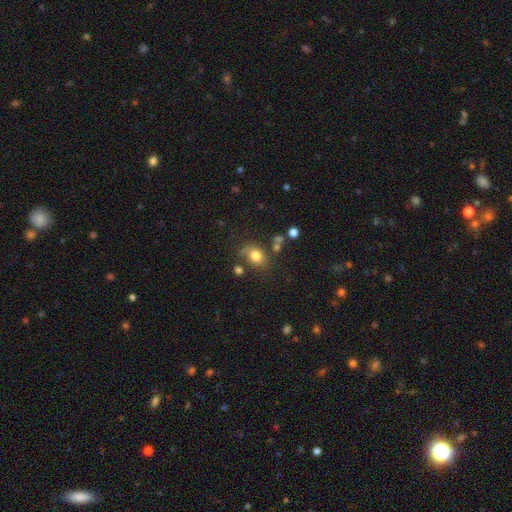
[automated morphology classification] type=smooth (78%); roundness=in between (52%); merging=none (60%).